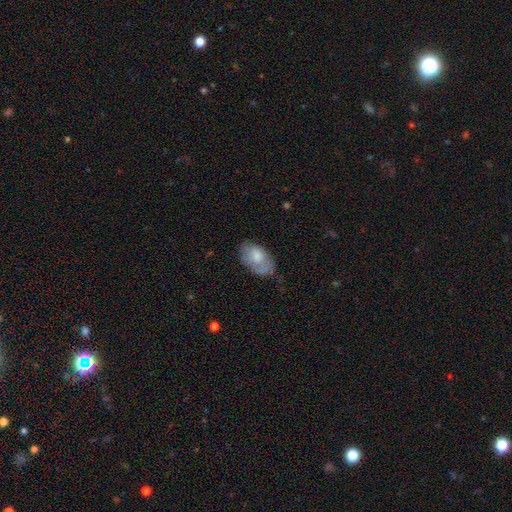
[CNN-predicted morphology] This is likely a smooth galaxy (63%). How rounded: clearly in between (91%). Merging: possibly none (53%).